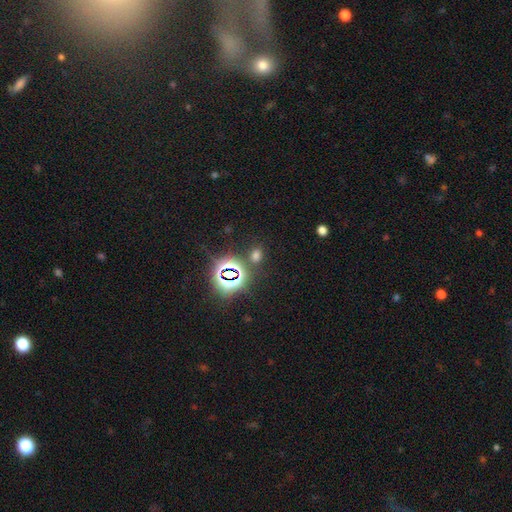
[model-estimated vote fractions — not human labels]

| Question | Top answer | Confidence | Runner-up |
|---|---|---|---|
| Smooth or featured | smooth | 51% | star or artifact (43%) |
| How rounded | in between | 52% | round (45%) |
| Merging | none | 79% | minor disturbance (10%) |